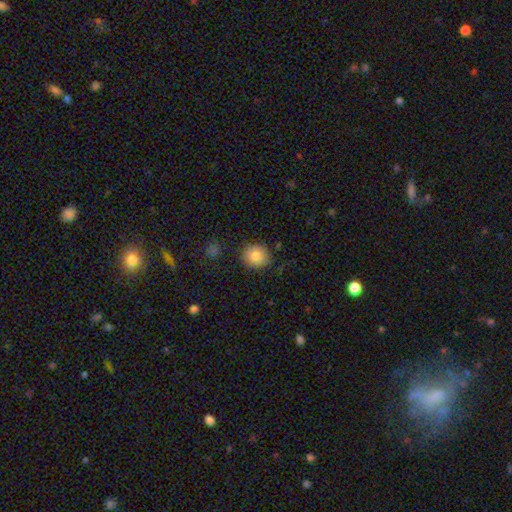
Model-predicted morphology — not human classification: Smooth or featured? Predicted: smooth (p=0.82). How rounded? Predicted: round (p=0.89). Merging? Predicted: none (p=0.84).